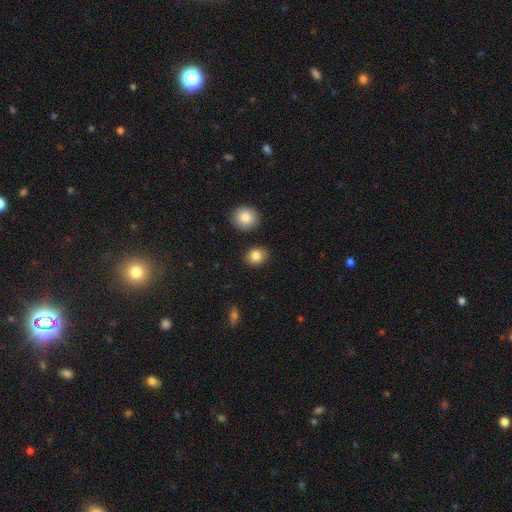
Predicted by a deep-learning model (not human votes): Smooth or featured? smooth (85%)
How rounded? round (65%)
Merging? none (86%)